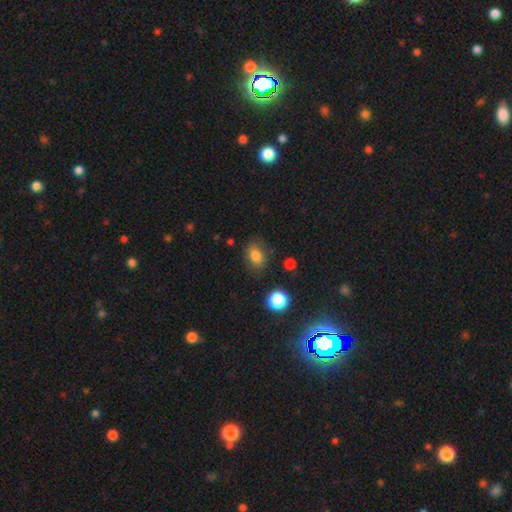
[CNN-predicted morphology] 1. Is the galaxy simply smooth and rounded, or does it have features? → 79% smooth, 12% star or artifact, 9% featured or disk.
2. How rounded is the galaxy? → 67% in between, 32% round, 2% cigar-shaped.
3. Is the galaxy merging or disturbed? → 74% none, 18% minor disturbance, 6% major disturbance, 3% merger.